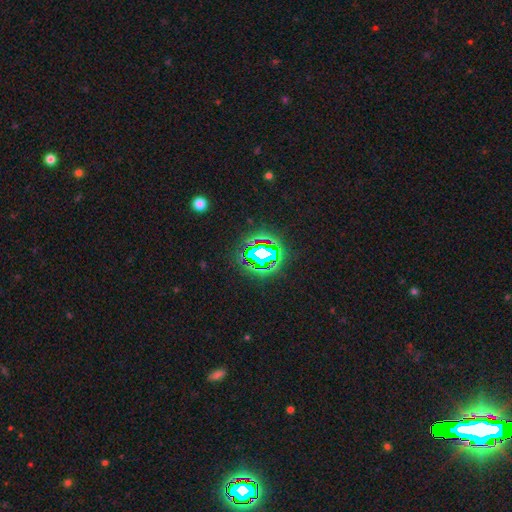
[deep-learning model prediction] The model was most divided on "smooth or featured": star or artifact: 75%, smooth: 14%, featured or disk: 11%.